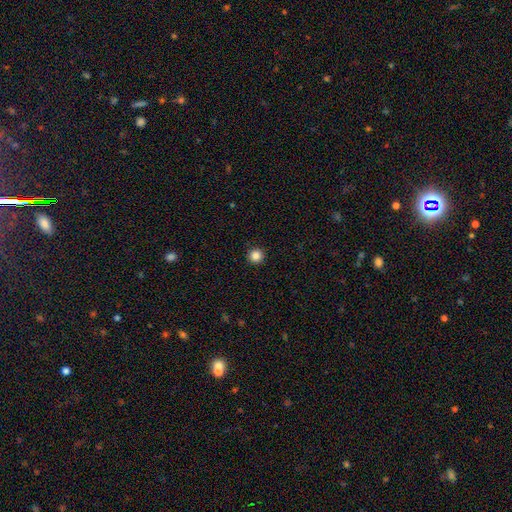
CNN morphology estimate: smooth_or_featured: smooth (p=0.85) [alt: star or artifact p=0.11]
how_rounded: round (p=0.96) [alt: in between p=0.03]
merging: none (p=0.93) [alt: minor disturbance p=0.04]